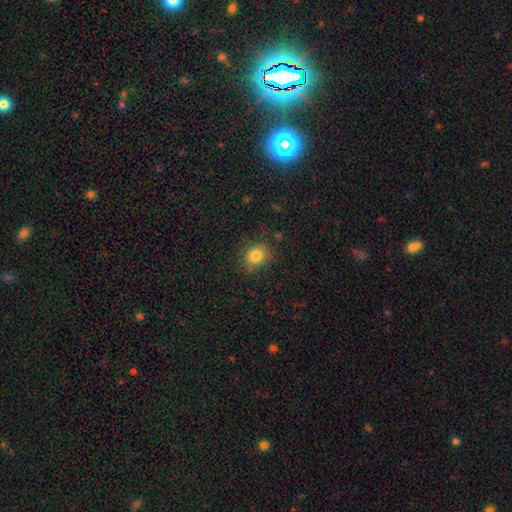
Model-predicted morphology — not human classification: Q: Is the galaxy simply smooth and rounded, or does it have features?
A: smooth — 82%.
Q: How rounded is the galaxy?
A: round — 65%.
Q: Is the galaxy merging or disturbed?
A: none — 81%.